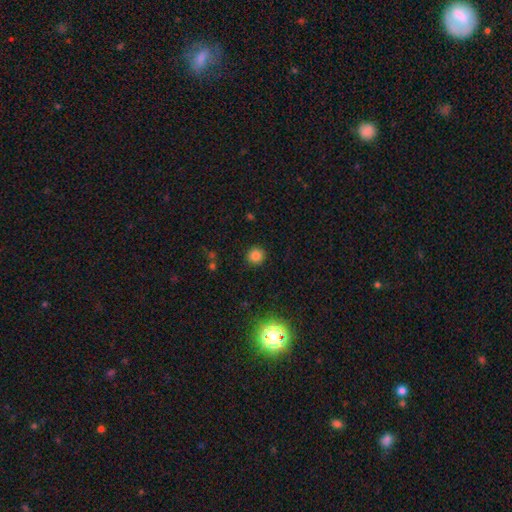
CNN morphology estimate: Overall: smooth (82%). How rounded: round (93%). Merging: none (91%).